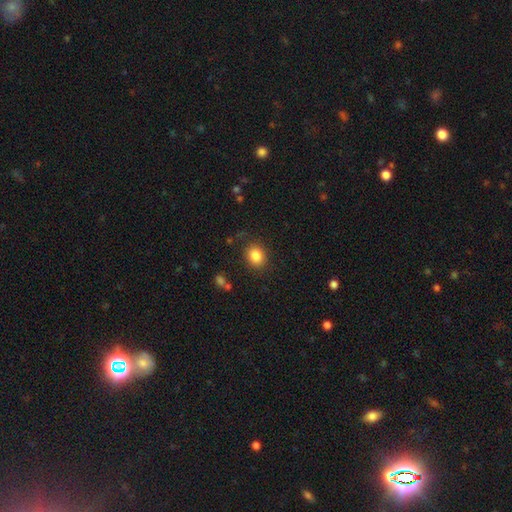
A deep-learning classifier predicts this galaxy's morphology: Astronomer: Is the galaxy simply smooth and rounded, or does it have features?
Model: smooth — 84%.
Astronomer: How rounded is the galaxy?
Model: round — 60% (runner-up: in between, 39%).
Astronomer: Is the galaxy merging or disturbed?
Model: none — 84%.